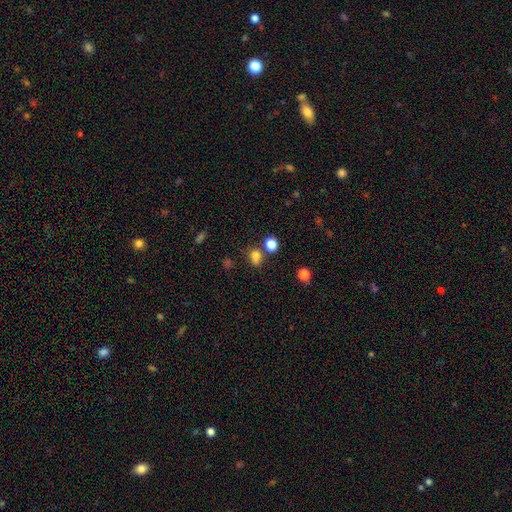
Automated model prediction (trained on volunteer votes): Morphology: type=smooth (76%); roundness=round (60%); merging=none (56%).